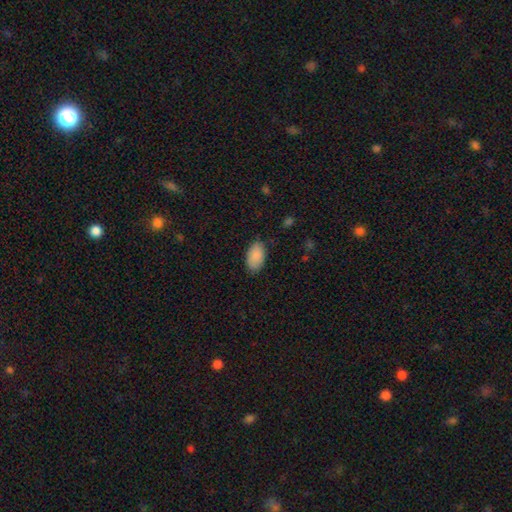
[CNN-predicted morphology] Q: Smooth or featured?
A: smooth (89%); runner-up: star or artifact (6%)
Q: How rounded?
A: in between (94%); runner-up: round (4%)
Q: Merging?
A: none (79%); runner-up: minor disturbance (17%)